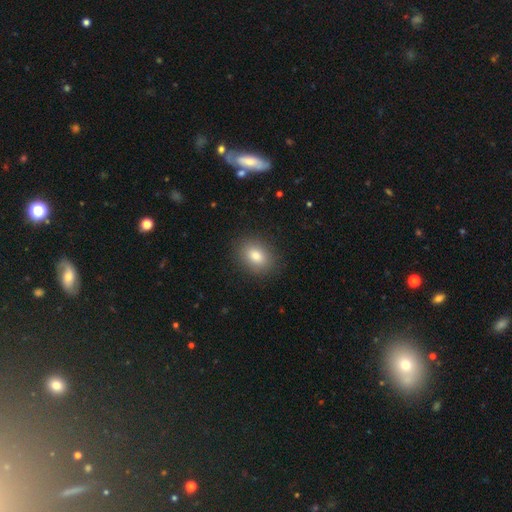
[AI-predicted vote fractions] smooth_or_featured: smooth (p=0.82) [alt: star or artifact p=0.10]
how_rounded: in between (p=0.66) [alt: round p=0.33]
merging: none (p=0.88) [alt: minor disturbance p=0.08]